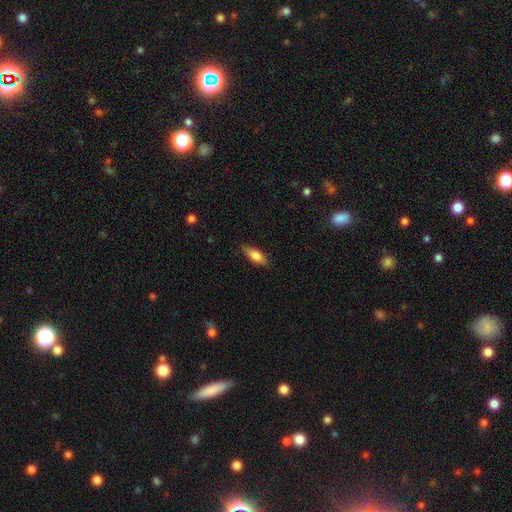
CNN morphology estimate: This is likely a smooth galaxy (75%). How rounded: likely in between (72%). Merging: clearly none (84%).